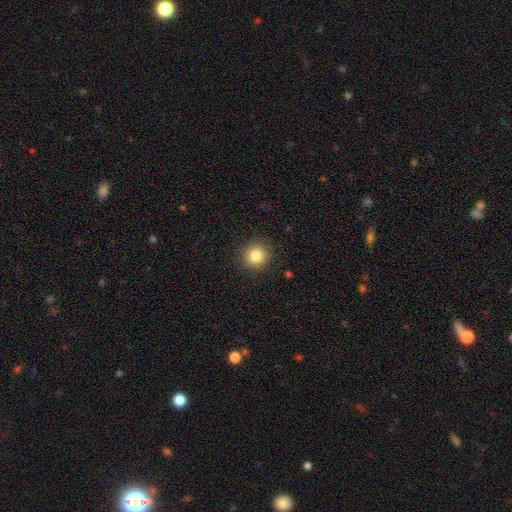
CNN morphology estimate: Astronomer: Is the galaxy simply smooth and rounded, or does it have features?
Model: smooth — 84%.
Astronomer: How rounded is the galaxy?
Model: round — 91%.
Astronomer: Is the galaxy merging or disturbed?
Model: none — 91%.